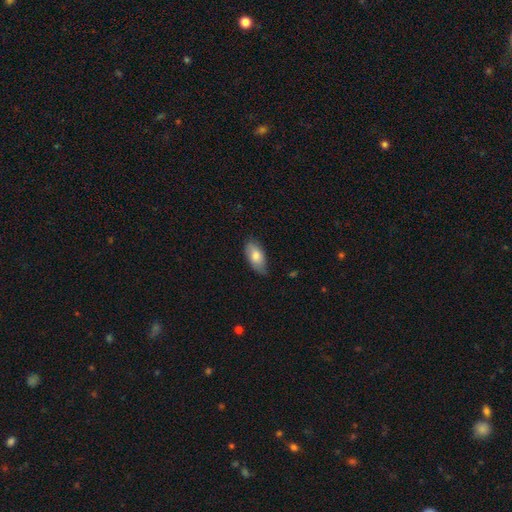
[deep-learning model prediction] Smooth or featured? Predicted: smooth (p=0.77). How rounded? Predicted: in between (p=0.91). Merging? Predicted: none (p=0.73).